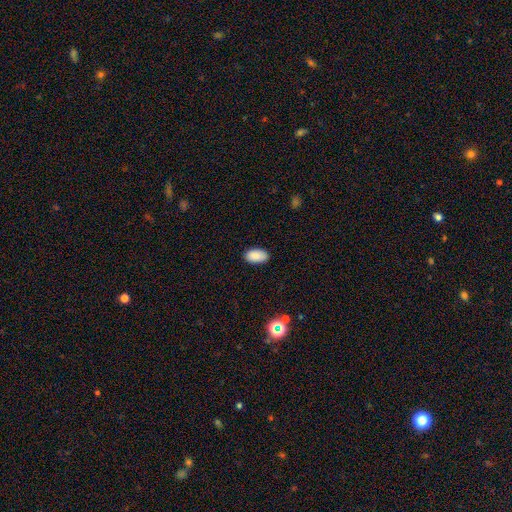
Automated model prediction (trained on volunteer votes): A smooth galaxy with no disk features (89%) that is in between round and cigar-shaped (95%). Merging: none (87%).